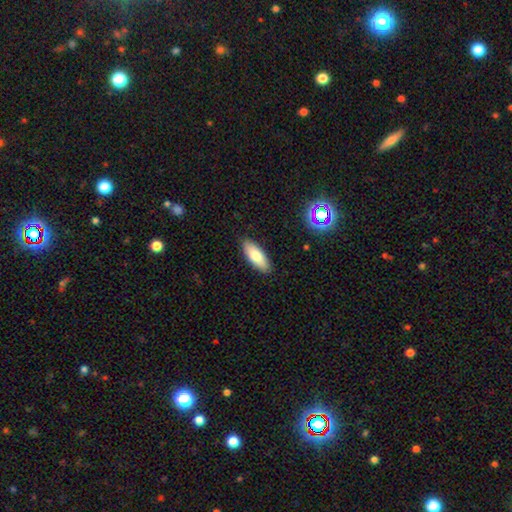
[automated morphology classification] Overall: smooth (76%). How rounded: in between (73%). Merging: none (89%).